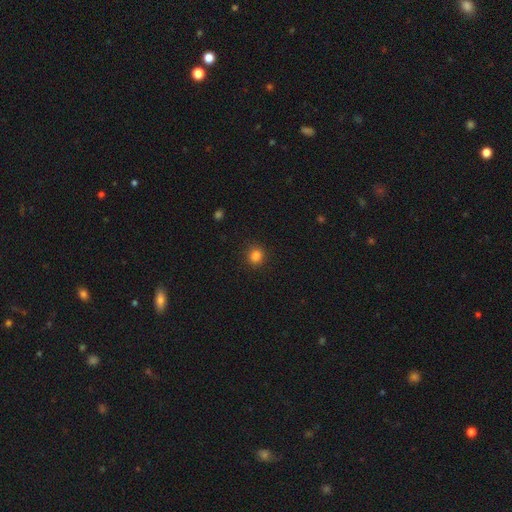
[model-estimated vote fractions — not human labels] A smooth galaxy with no disk features (84%) that is round (81%).

Vote fractions:
- Smooth or featured? smooth: 84% / star or artifact: 12% / featured or disk: 4%
- How rounded? round: 81% / in between: 18% / cigar-shaped: 1%
- Merging? none: 89% / minor disturbance: 7% / major disturbance: 2% / merger: 1%